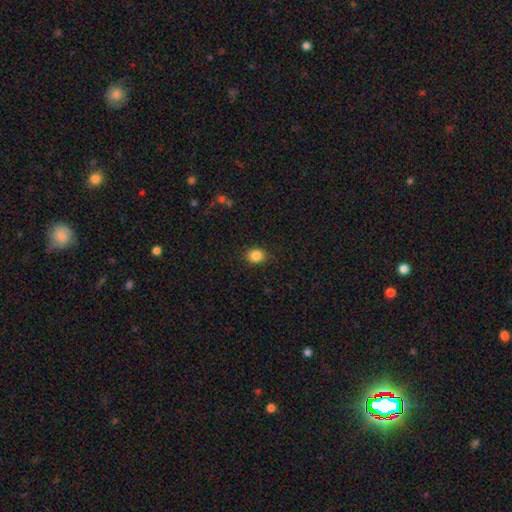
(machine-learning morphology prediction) This appears to be a smooth galaxy with no disk features (85%) that is round (67%). Merging: none (87%).